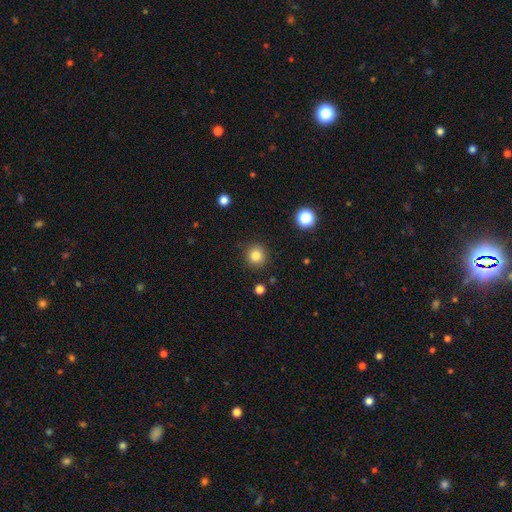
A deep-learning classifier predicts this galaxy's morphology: type=smooth (83%); roundness=round (93%); merging=none (90%).